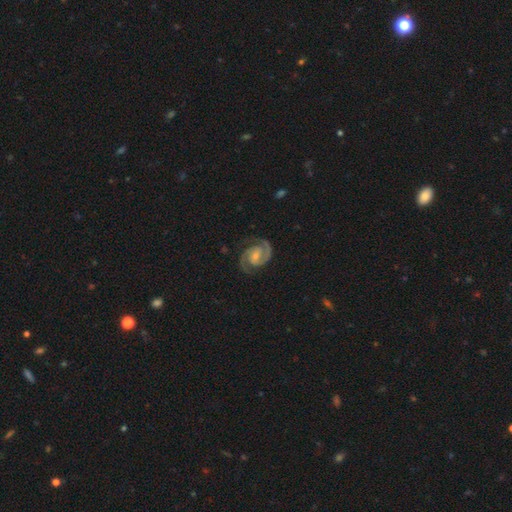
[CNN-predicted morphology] Smooth or featured: featured or disk — 93% (star or artifact — 4%)
Edge-on disk: no — 98% (yes — 2%)
Bar: no — 43% (weak — 41%)
Spiral arms: yes — 99% (no — 1%)
Spiral winding: medium — 51% (tight — 42%)
Spiral arm count: 2 — 94% (3 — 2%)
Bulge size: small — 54% (moderate — 38%)
Merging: none — 82% (minor disturbance — 13%)